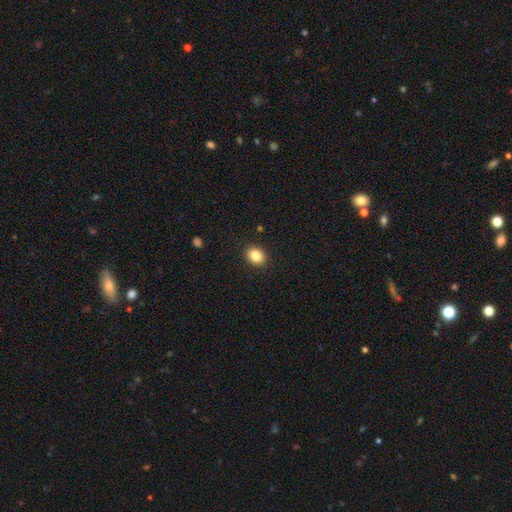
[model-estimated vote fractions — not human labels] Smooth or featured?
  - smooth: 85% *
  - star or artifact: 9%
  - featured or disk: 6%
How rounded?
  - in between: 58% *
  - round: 41%
  - cigar-shaped: 1%
Merging?
  - none: 90% *
  - minor disturbance: 7%
  - major disturbance: 2%
  - merger: 1%